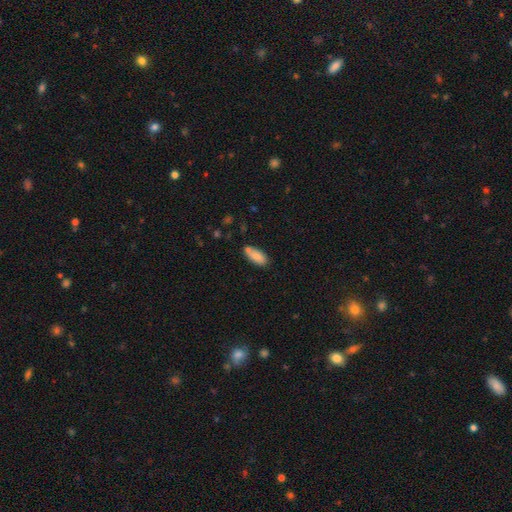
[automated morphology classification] smooth_or_featured: smooth (p=0.83) [alt: featured or disk p=0.10]
how_rounded: in between (p=0.85) [alt: cigar-shaped p=0.13]
merging: none (p=0.62) [alt: minor disturbance p=0.19]